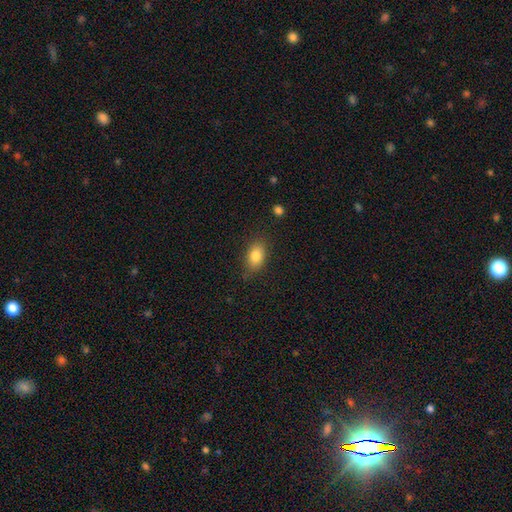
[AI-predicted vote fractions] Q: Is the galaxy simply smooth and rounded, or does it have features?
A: smooth — 83%.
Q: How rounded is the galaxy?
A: in between — 87%.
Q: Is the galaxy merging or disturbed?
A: none — 82%.